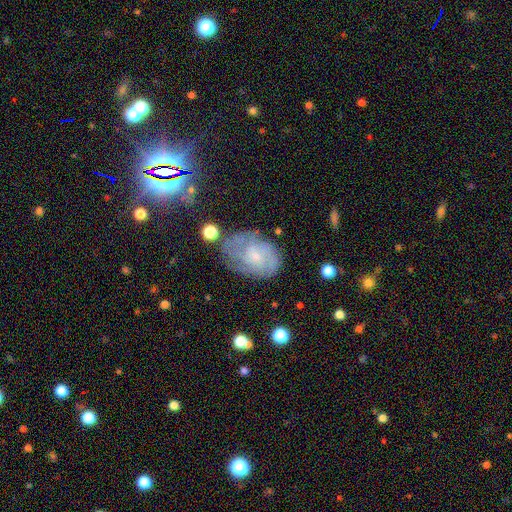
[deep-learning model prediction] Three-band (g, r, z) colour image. It shows a featured or disk galaxy (64%) with no bar (66%), tight (52%) spiral arms (82%) and a small central bulge (51%). Merging: none (60%).